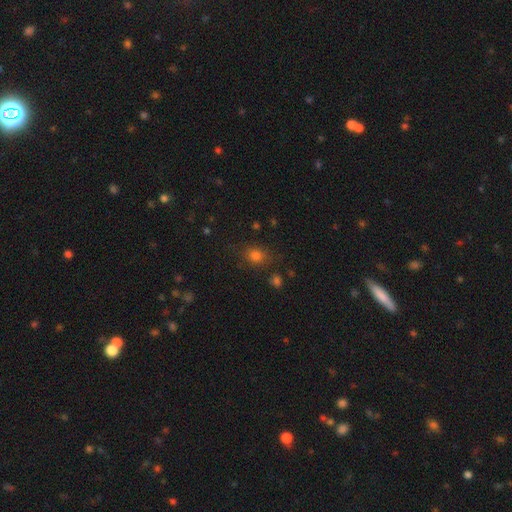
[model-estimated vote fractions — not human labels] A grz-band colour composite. It shows a smooth galaxy with no disk features (77%) that is round (59%). Merging: none (78%).